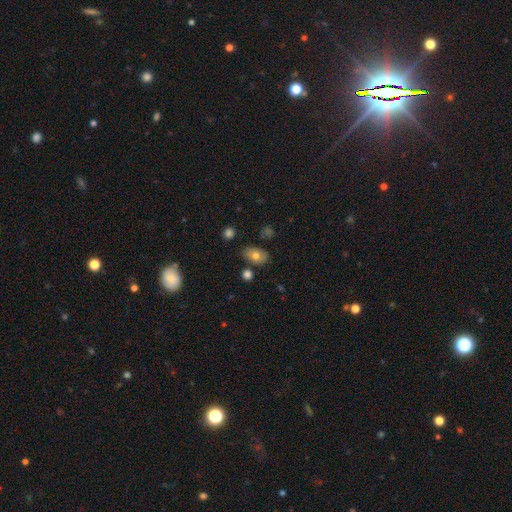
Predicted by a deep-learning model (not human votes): Overall: smooth (75%). How rounded: in between (86%). Merging: none (79%).